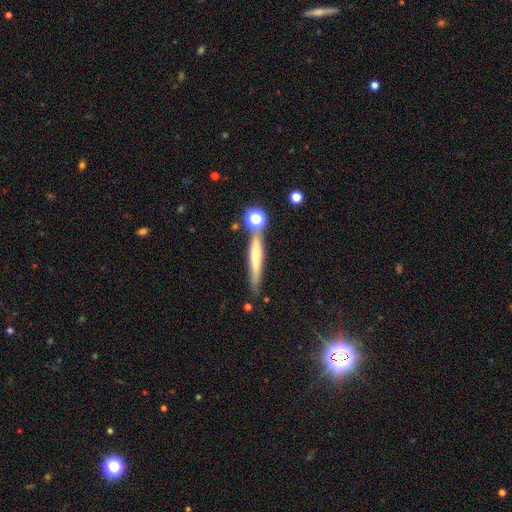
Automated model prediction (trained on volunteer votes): Smooth or featured? smooth (49%)
Merging? none (70%)